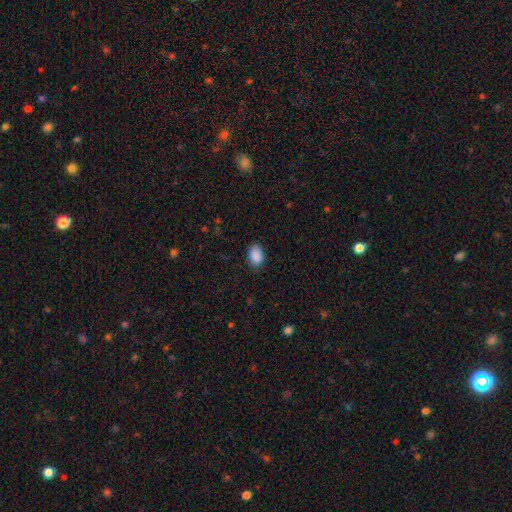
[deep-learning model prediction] smooth_or_featured: smooth (p=0.89) [alt: star or artifact p=0.07]
how_rounded: in between (p=0.84) [alt: round p=0.15]
merging: none (p=0.81) [alt: minor disturbance p=0.15]